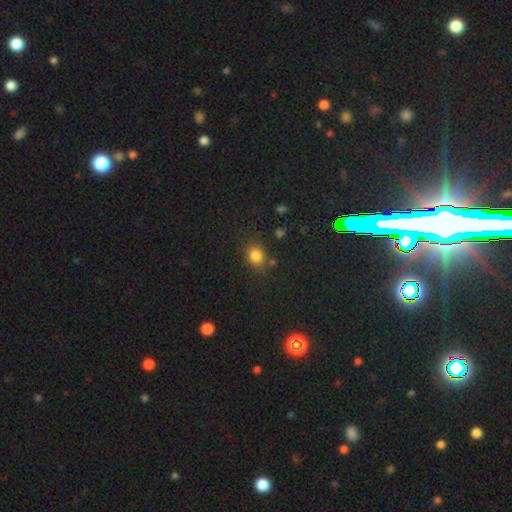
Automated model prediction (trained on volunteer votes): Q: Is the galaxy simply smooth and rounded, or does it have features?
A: smooth — 81%.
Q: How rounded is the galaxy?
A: round — 63%.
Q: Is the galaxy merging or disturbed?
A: none — 77%.